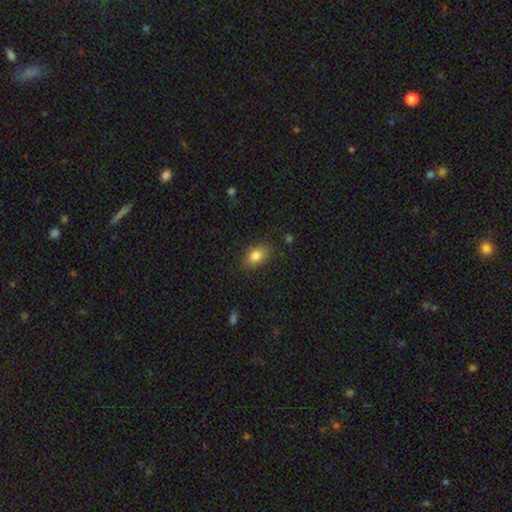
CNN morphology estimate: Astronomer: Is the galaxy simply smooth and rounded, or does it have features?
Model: smooth — 83%.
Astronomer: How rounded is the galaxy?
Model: in between — 81%.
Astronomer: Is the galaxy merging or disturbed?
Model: none — 83%.